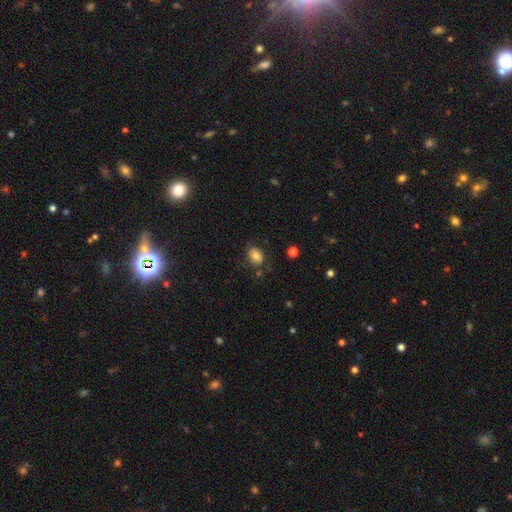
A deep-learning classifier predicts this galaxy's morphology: smooth-or-featured: smooth: 73% | featured or disk: 17% | star or artifact: 10%
  how-rounded: in between: 69% | round: 30% | cigar-shaped: 1%
  merging: none: 66% | minor disturbance: 21% | major disturbance: 11% | merger: 3%